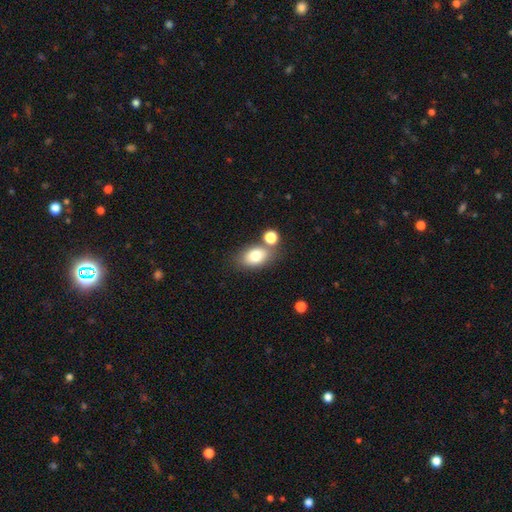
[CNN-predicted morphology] This appears to be a smooth galaxy with no disk features (78%) that is in between round and cigar-shaped (81%). Merging: none (62%).